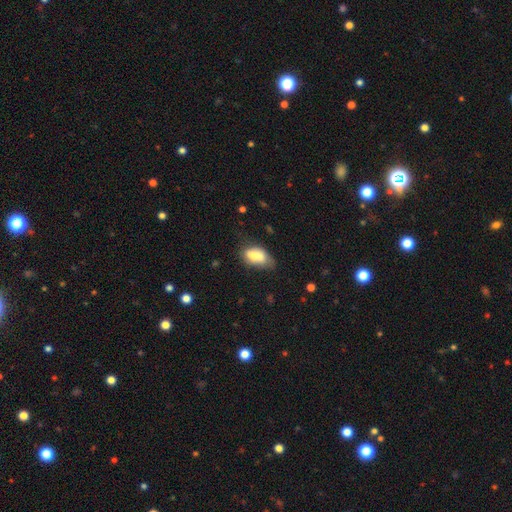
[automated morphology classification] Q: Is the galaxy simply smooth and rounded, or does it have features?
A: smooth — 67%.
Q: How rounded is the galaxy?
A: in between — 86%.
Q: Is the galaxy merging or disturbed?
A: merger — 43%.